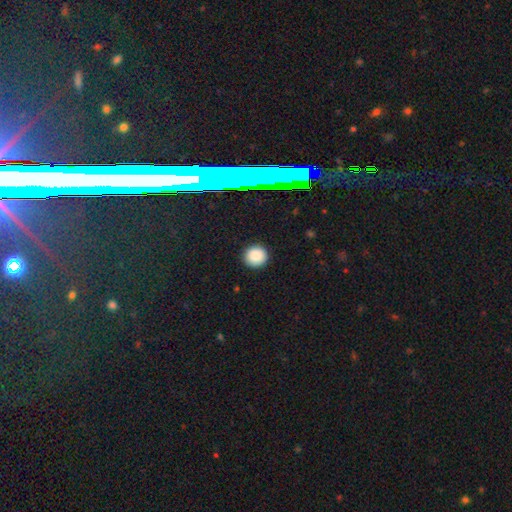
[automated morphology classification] The model was most divided on "smooth or featured": smooth: 85%, star or artifact: 11%, featured or disk: 3%. More confident: how rounded — round (93%); merging — none (92%).